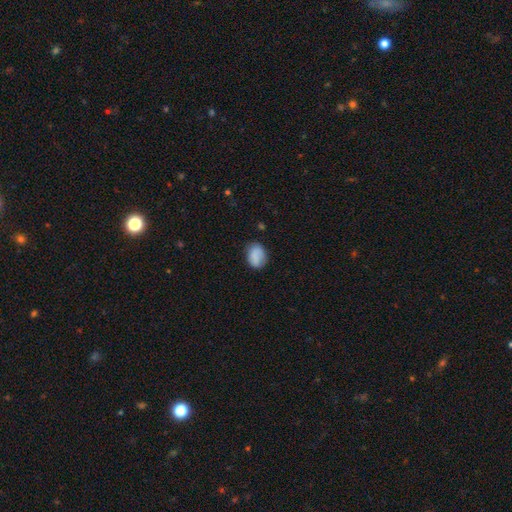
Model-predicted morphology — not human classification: Q: Smooth or featured?
A: smooth (82%); runner-up: featured or disk (10%)
Q: How rounded?
A: in between (67%); runner-up: round (32%)
Q: Merging?
A: none (74%); runner-up: minor disturbance (19%)